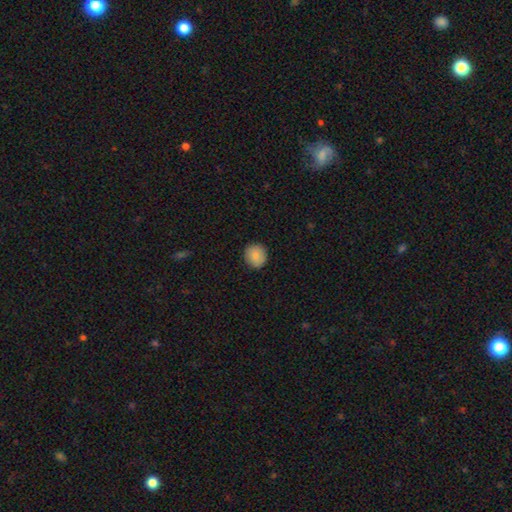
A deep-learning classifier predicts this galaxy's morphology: A smooth galaxy with no disk features (85%) that is round (87%).

Vote fractions:
- Smooth or featured? smooth: 85% / star or artifact: 8% / featured or disk: 7%
- How rounded? round: 87% / in between: 12% / cigar-shaped: 1%
- Merging? none: 89% / minor disturbance: 8% / major disturbance: 2% / merger: 1%